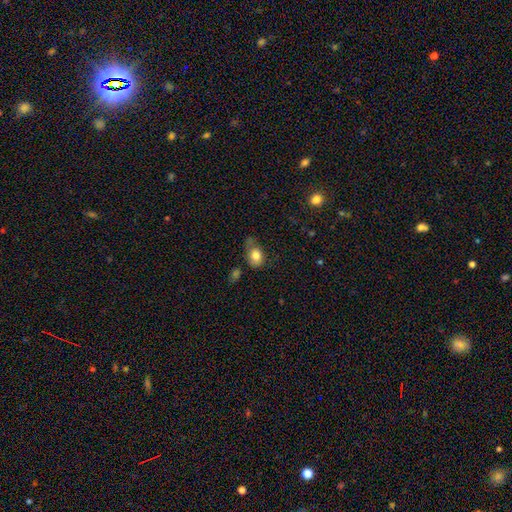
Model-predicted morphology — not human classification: This appears to be a smooth galaxy with no disk features (80%) that is in between round and cigar-shaped (59%). Merging: none (43%).